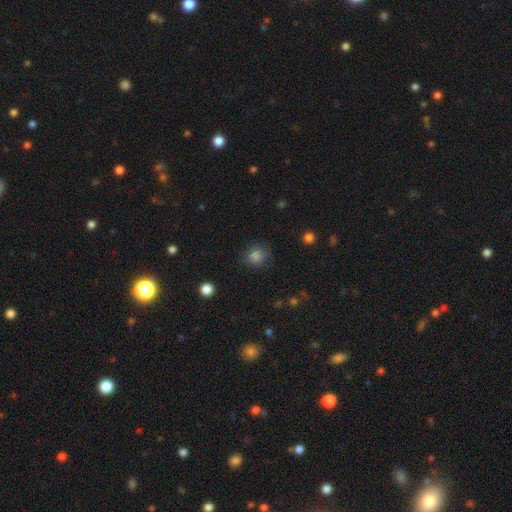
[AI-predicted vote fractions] This appears to be a smooth galaxy with no disk features (82%) that is round (84%). Merging: none (79%).